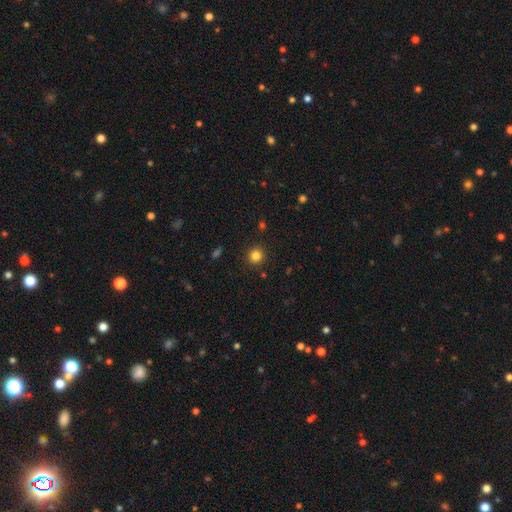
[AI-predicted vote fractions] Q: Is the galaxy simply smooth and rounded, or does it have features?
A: smooth — 83%.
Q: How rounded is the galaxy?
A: round — 92%.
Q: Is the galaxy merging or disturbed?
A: none — 91%.